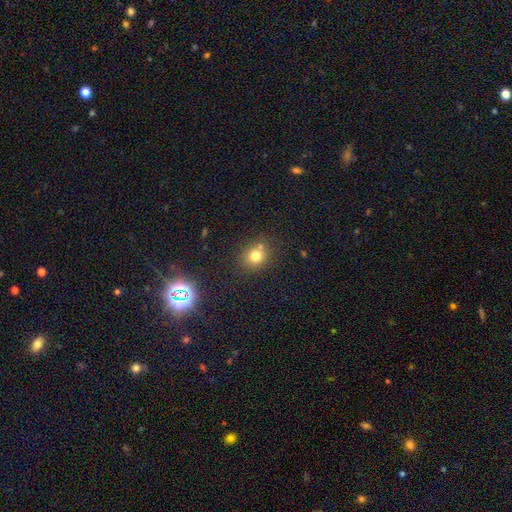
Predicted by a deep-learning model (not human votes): A smooth galaxy with no disk features (75%) that is round (76%).

Vote fractions:
- Smooth or featured? smooth: 75% / star or artifact: 15% / featured or disk: 9%
- How rounded? round: 76% / in between: 23% / cigar-shaped: 1%
- Merging? none: 70% / merger: 14% / minor disturbance: 13% / major disturbance: 4%